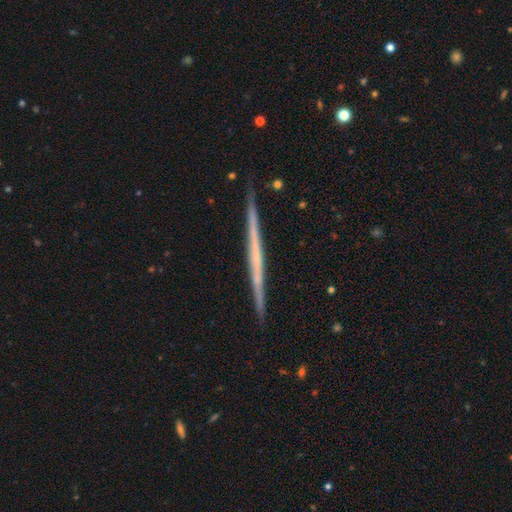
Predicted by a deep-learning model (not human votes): Morphology: type=featured or disk (65%); edge-on=yes (98%); edge-on bulge=none (88%); merging=none (91%).